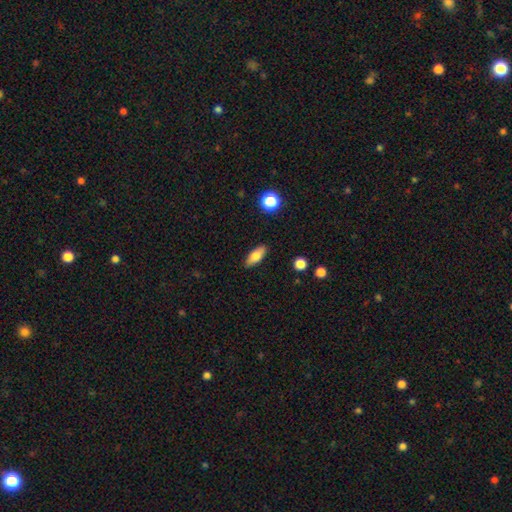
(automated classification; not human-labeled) smooth 76%, featured or disk 17%, star or artifact 8%. Down the decision tree: how rounded — in between (77%); merging — none (87%).